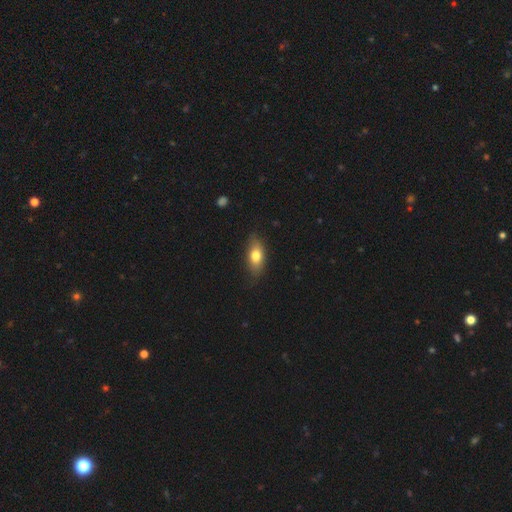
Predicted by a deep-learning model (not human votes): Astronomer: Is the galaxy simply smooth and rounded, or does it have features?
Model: smooth — 74%.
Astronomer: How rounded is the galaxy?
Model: in between — 82%.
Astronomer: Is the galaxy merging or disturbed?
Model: none — 80%.